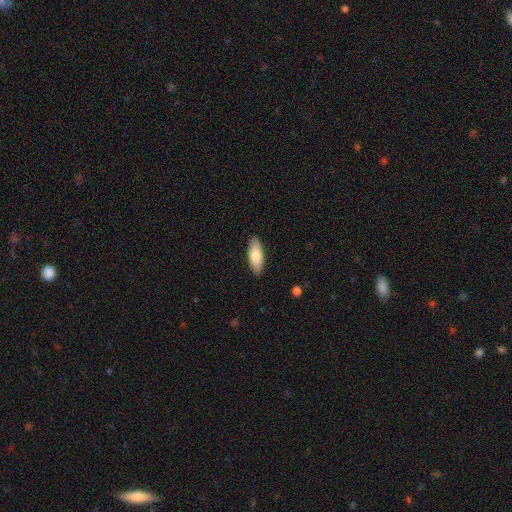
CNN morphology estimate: Q: Smooth or featured?
A: smooth (79%); runner-up: featured or disk (16%)
Q: How rounded?
A: in between (67%); runner-up: cigar-shaped (31%)
Q: Merging?
A: none (89%); runner-up: minor disturbance (8%)